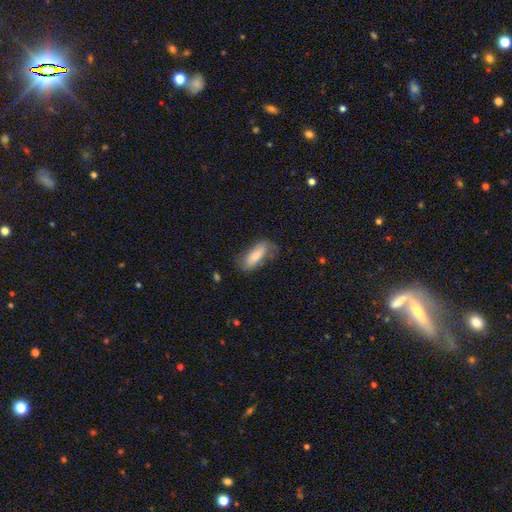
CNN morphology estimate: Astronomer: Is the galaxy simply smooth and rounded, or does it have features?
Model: smooth — 77%.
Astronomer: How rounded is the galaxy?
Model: in between — 65%.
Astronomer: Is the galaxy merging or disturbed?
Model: none — 70%.